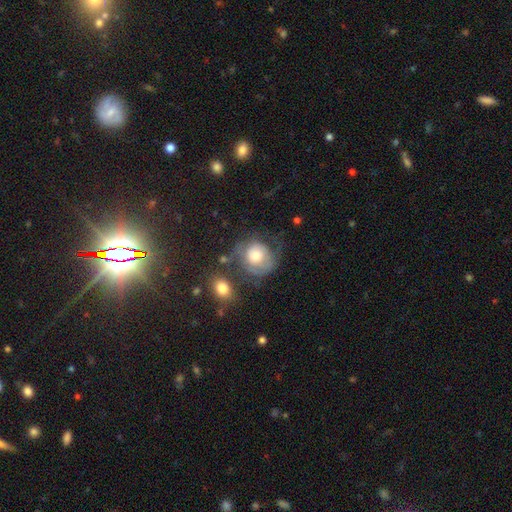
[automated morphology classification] smooth-or-featured: smooth: 51% | featured or disk: 41% | star or artifact: 9%
  how-rounded: round: 77% | in between: 22% | cigar-shaped: 1%
  merging: none: 39% | major disturbance: 27% | minor disturbance: 25% | merger: 9%